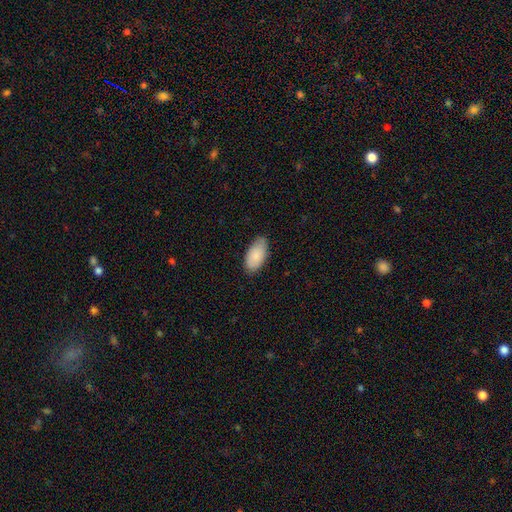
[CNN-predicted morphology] This is clearly a smooth galaxy (87%). How rounded: clearly in between (94%). Merging: likely none (78%).